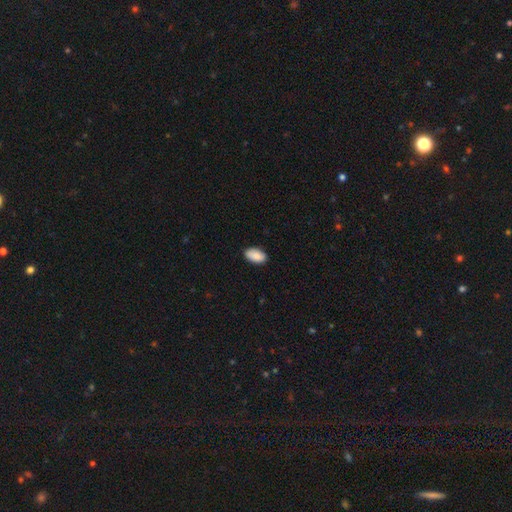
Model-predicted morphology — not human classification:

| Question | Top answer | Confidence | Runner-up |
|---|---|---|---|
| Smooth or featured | smooth | 88% | star or artifact (6%) |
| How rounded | in between | 95% | round (3%) |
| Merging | none | 87% | minor disturbance (10%) |